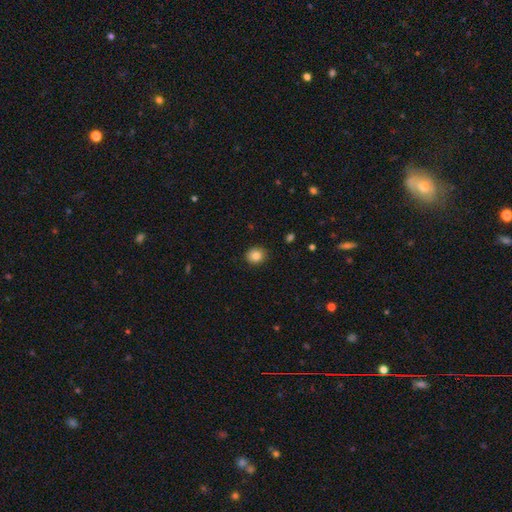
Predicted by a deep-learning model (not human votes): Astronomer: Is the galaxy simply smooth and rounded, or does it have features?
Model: smooth — 85%.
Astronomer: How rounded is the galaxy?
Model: round — 77%.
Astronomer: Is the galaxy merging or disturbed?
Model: none — 89%.